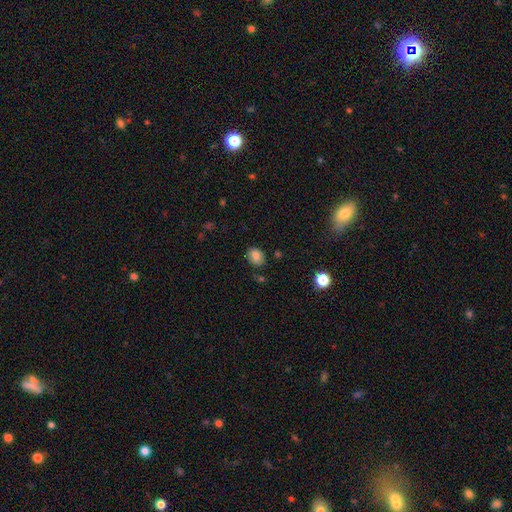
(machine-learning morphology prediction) Smooth or featured: smooth — 80% (star or artifact — 11%)
How rounded: in between — 52% (round — 47%)
Merging: none — 81% (minor disturbance — 13%)